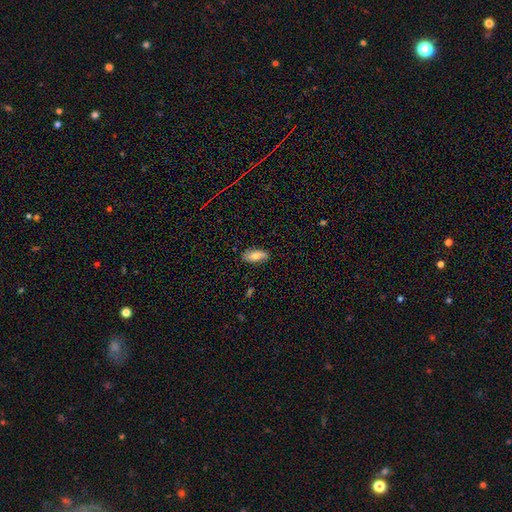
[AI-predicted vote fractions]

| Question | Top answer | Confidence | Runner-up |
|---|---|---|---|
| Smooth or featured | smooth | 70% | featured or disk (23%) |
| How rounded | in between | 84% | cigar-shaped (13%) |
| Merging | none | 84% | minor disturbance (13%) |